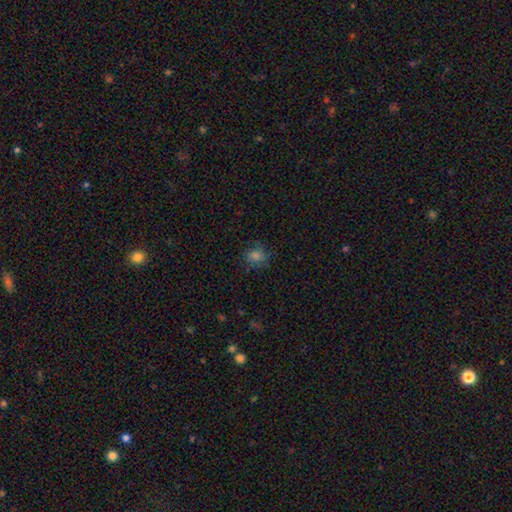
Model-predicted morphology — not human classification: Smooth or featured: smooth — 61% (star or artifact — 20%)
How rounded: round — 72% (in between — 26%)
Merging: none — 73% (minor disturbance — 18%)